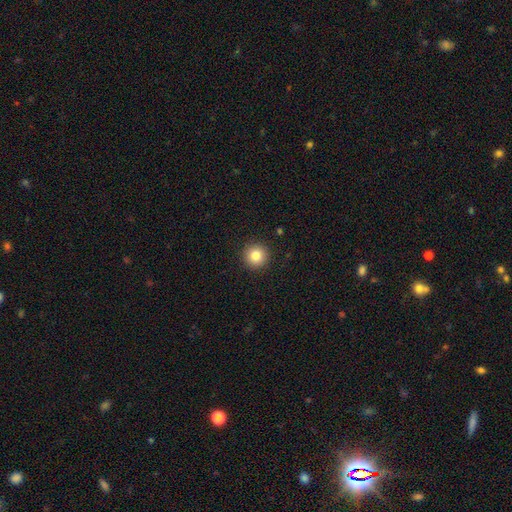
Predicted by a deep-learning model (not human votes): This appears to be a smooth galaxy with no disk features (84%) that is round (95%). Merging: none (92%).